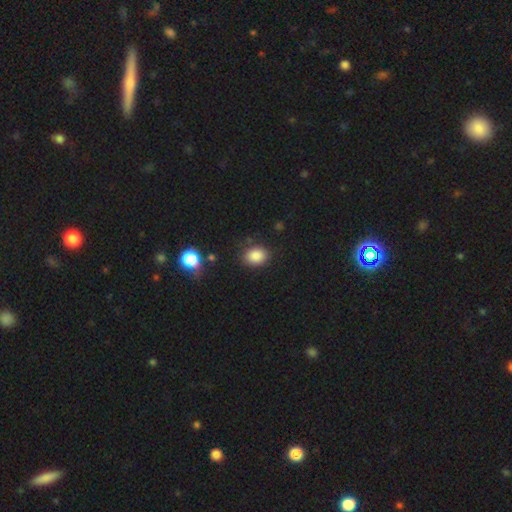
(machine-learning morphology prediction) This is clearly a smooth galaxy (86%). How rounded: possibly in between (59%). Merging: clearly none (82%).